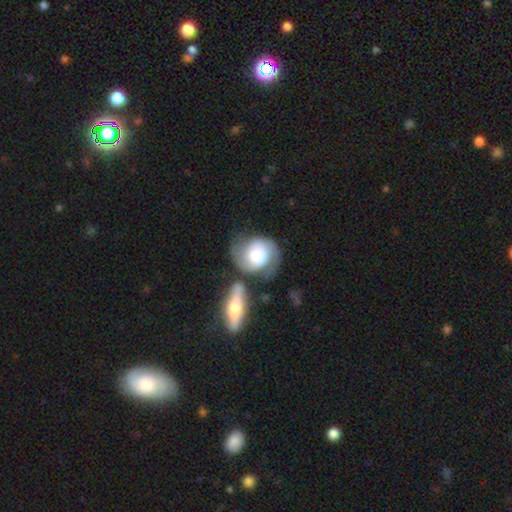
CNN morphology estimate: Smooth or featured: featured or disk — 63% (smooth — 31%)
Edge-on disk: no — 96% (yes — 4%)
Bar: no — 67% (weak — 26%)
Spiral arms: yes — 89% (no — 11%)
Spiral winding: medium — 43% (tight — 36%)
Spiral arm count: 2 — 82% (can't tell — 9%)
Bulge size: moderate — 54% (small — 22%)
Merging: none — 46% (merger — 25%)